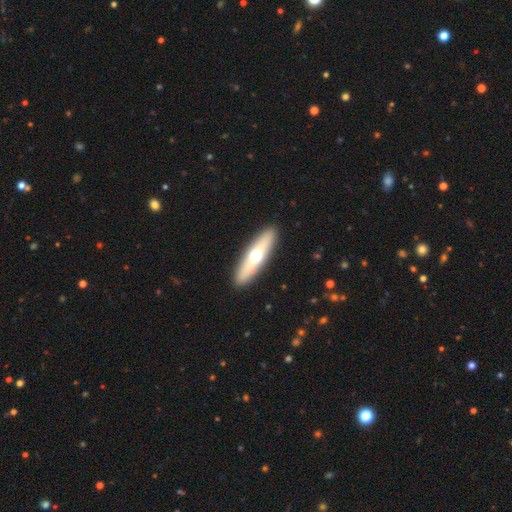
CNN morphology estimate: smooth 51%, featured or disk 43%, star or artifact 5%. Down the decision tree: how rounded — cigar-shaped (71%); merging — none (91%).